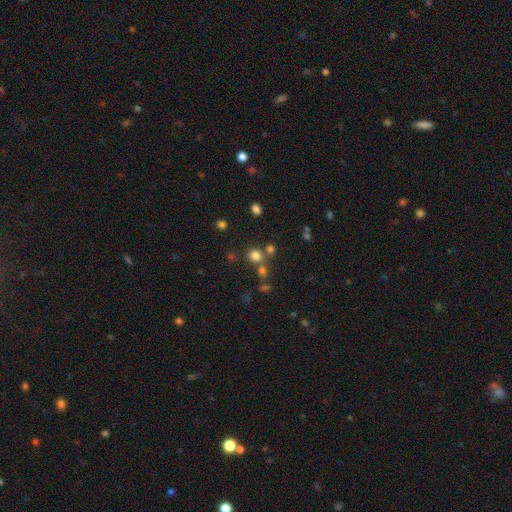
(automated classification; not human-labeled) smooth_or_featured: smooth (p=0.74) [alt: star or artifact p=0.19]
how_rounded: round (p=0.89) [alt: in between p=0.10]
merging: none (p=0.69) [alt: merger p=0.20]